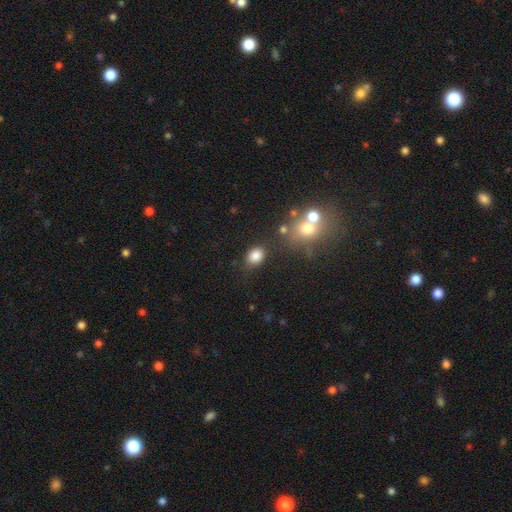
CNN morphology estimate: type=smooth (84%); roundness=in between (60%); merging=none (74%).